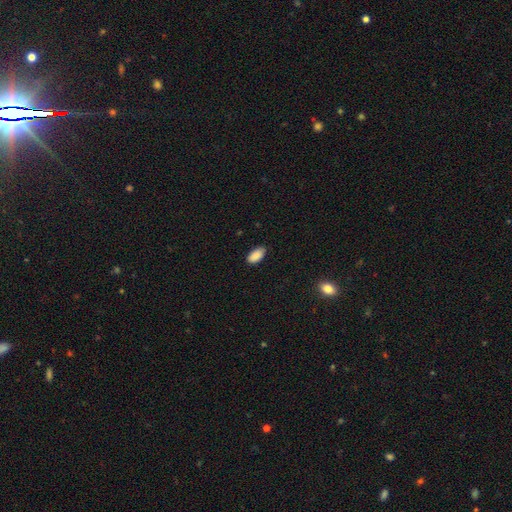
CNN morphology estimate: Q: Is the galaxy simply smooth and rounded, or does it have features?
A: smooth — 89%.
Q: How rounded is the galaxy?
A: in between — 95%.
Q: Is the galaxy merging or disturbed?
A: none — 84%.